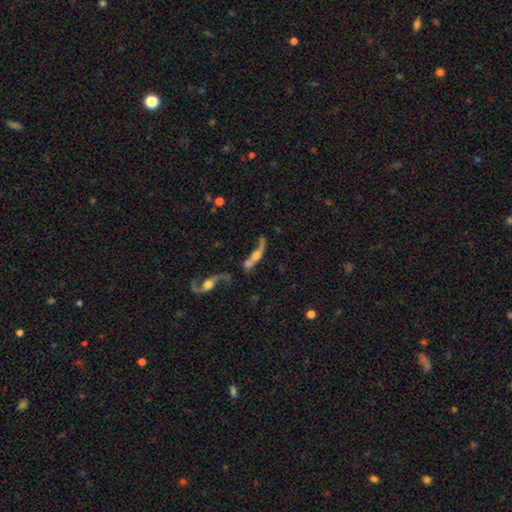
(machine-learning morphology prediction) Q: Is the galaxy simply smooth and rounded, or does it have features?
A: featured or disk — 63%.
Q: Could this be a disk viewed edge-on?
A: no — 58%.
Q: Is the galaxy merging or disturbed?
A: merger — 42%.